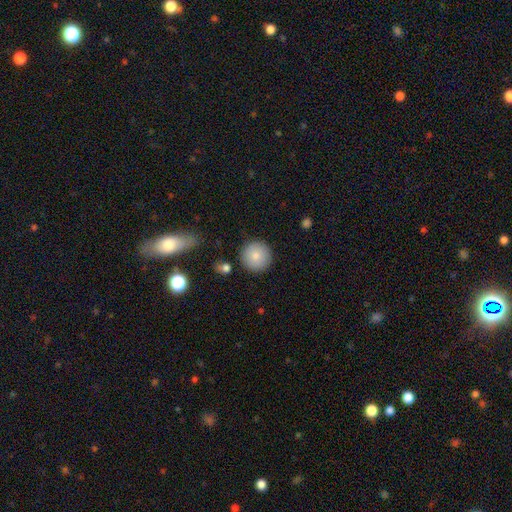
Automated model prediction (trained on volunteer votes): This appears to be a smooth galaxy with no disk features (84%) that is round (96%). Merging: none (89%).